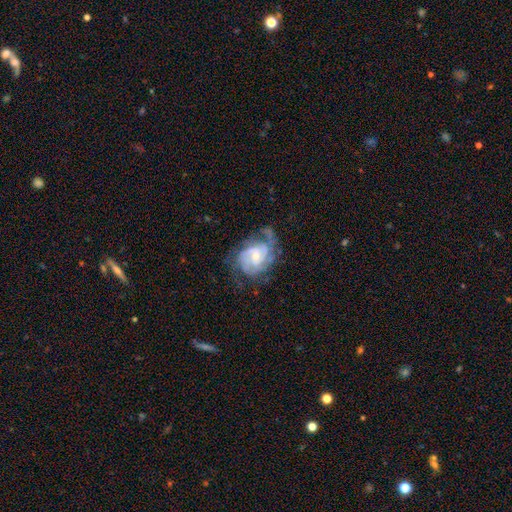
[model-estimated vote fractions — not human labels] A featured or disk galaxy (85%) with no bar (50%), 2 (37%) tight (53%) spiral arms (96%) and a small central bulge (58%). Merging: none (53%).